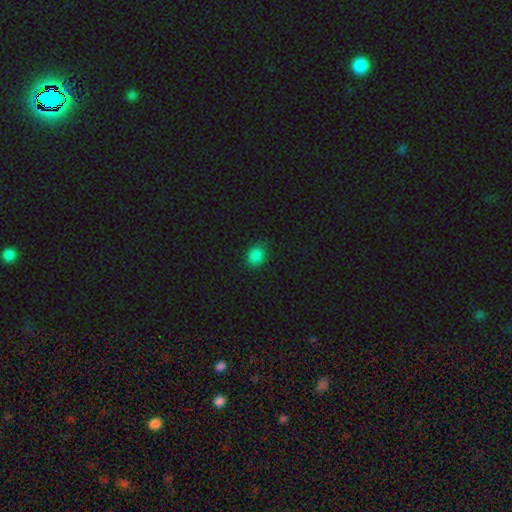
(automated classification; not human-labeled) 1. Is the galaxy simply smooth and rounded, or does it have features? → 84% smooth, 13% star or artifact, 3% featured or disk.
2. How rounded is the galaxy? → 63% round, 36% in between, 1% cigar-shaped.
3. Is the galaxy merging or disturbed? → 83% none, 13% minor disturbance, 3% major disturbance, 1% merger.